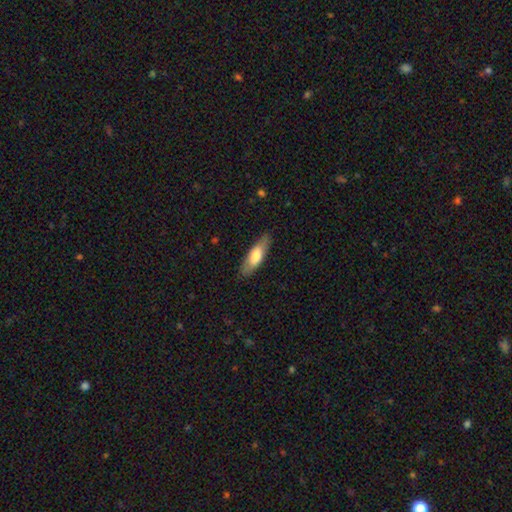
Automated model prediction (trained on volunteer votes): This appears to be a smooth galaxy with no disk features (68%) that is in between round and cigar-shaped (50%). Merging: none (85%).